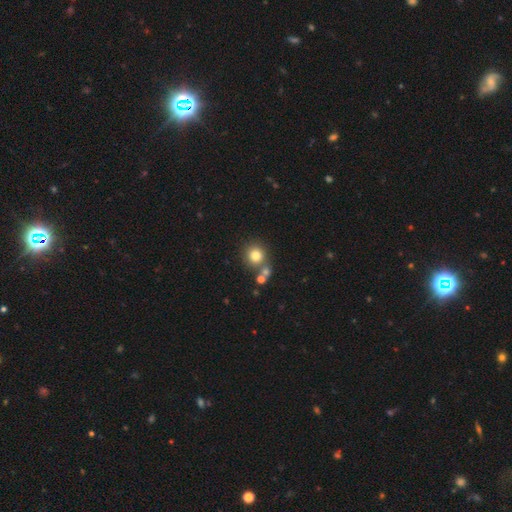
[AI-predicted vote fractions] A smooth galaxy with no disk features (79%) that is round (91%). Merging: none (68%).